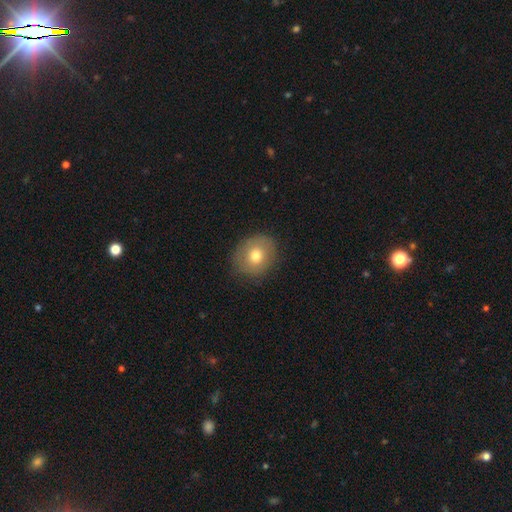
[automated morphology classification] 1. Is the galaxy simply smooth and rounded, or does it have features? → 71% smooth, 20% featured or disk, 9% star or artifact.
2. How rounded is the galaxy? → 74% round, 25% in between, 1% cigar-shaped.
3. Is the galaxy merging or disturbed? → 82% none, 13% minor disturbance, 4% major disturbance, 1% merger.